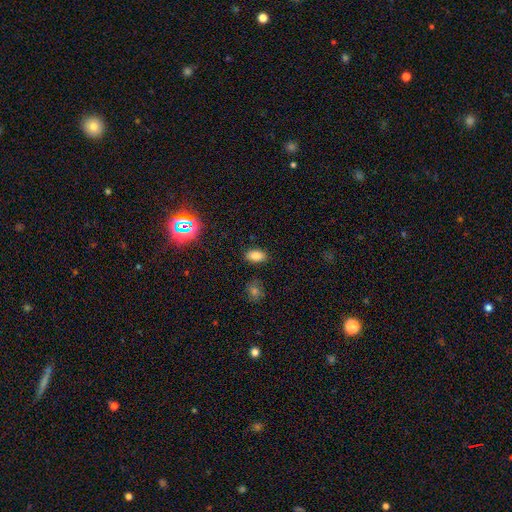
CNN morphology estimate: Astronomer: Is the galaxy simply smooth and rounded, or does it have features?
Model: smooth — 80%.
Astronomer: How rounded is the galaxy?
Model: in between — 89%.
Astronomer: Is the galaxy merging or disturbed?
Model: none — 85%.